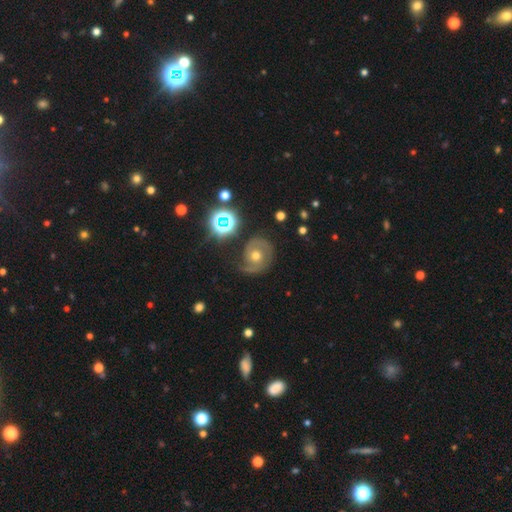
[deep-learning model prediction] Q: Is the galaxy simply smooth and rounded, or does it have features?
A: featured or disk — 74%.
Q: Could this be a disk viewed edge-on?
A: no — 98%.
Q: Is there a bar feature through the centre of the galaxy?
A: no — 72%.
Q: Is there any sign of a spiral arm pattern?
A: yes — 93%.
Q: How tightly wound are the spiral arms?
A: medium — 44%.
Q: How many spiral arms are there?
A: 2 — 66%.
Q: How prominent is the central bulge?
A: moderate — 72%.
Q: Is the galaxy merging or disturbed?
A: none — 66%.